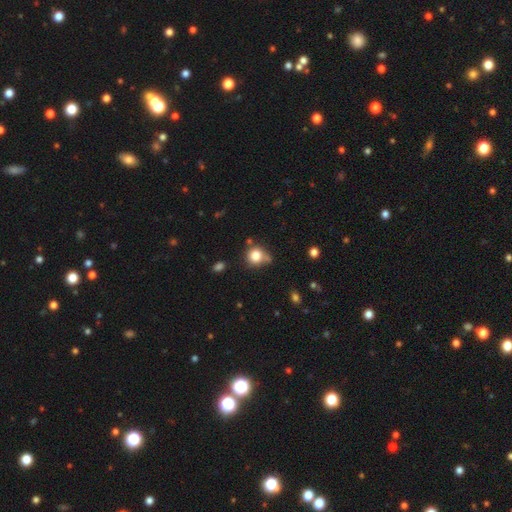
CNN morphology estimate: type=smooth (80%); roundness=round (86%); merging=none (60%).